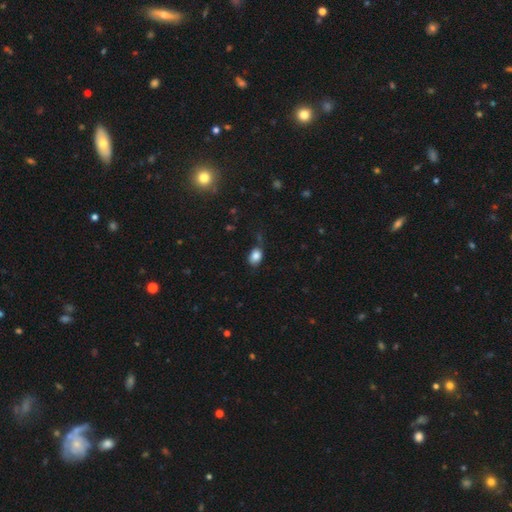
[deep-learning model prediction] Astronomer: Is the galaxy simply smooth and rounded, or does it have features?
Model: smooth — 84%.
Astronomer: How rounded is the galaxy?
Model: in between — 74%.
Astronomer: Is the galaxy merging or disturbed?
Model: none — 64%.